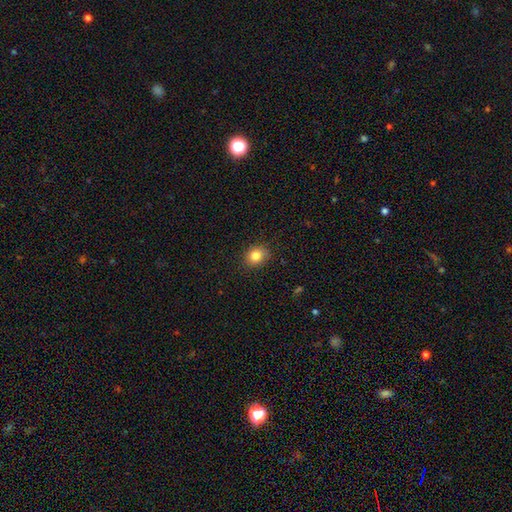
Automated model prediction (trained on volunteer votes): The model was most divided on "how rounded": round: 65%, in between: 34%, cigar-shaped: 1%. More confident: smooth or featured — smooth (83%); merging — none (82%).